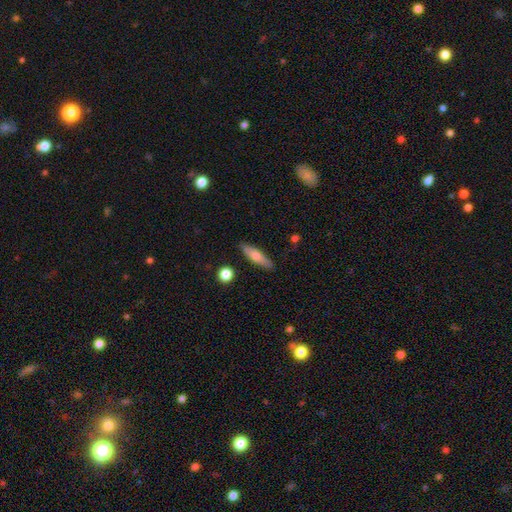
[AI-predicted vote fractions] smooth_or_featured: smooth (p=0.65) [alt: featured or disk p=0.28]
how_rounded: cigar-shaped (p=0.65) [alt: in between p=0.32]
merging: none (p=0.86) [alt: minor disturbance p=0.10]